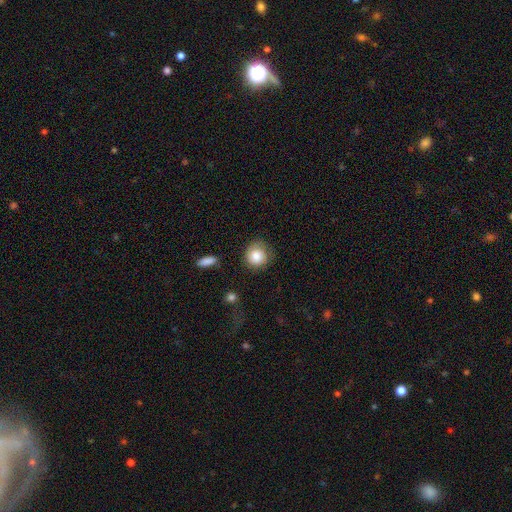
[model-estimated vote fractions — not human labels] Smooth or featured? Predicted: smooth (p=0.84). How rounded? Predicted: round (p=0.86). Merging? Predicted: none (p=0.68).